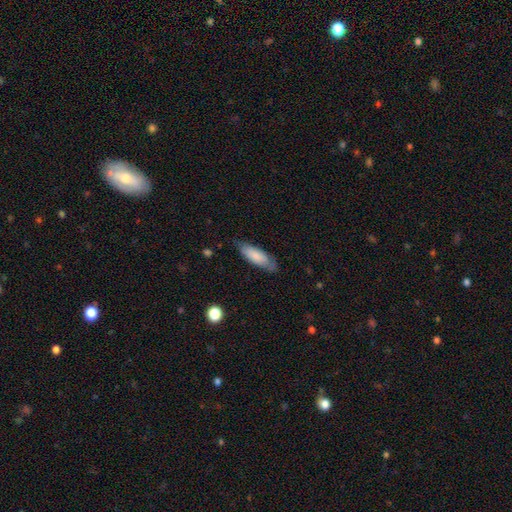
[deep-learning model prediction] smooth-or-featured: smooth: 78% | featured or disk: 16% | star or artifact: 6%
  how-rounded: in between: 62% | cigar-shaped: 36% | round: 2%
  merging: none: 73% | minor disturbance: 22% | major disturbance: 4% | merger: 1%